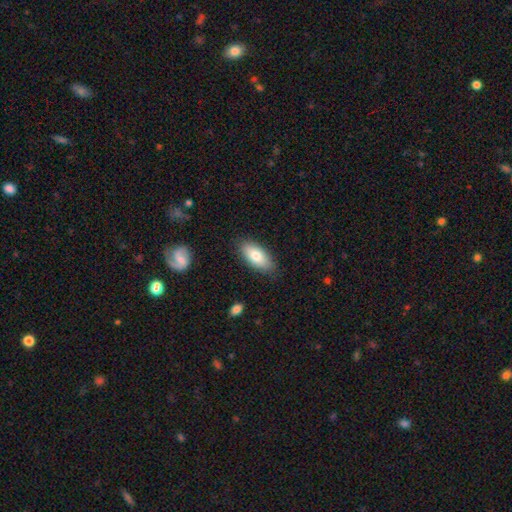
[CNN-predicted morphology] This is likely a smooth galaxy (78%). How rounded: clearly in between (87%). Merging: clearly none (84%).